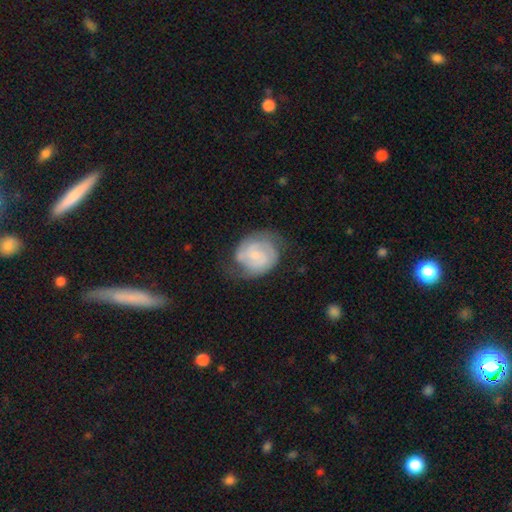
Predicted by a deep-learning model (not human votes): Smooth or featured?
  - featured or disk: 76% *
  - smooth: 19%
  - star or artifact: 6%
Edge-on disk?
  - no: 98% *
  - yes: 2%
Bar?
  - no: 55% *
  - weak: 39%
  - strong: 6%
Spiral arms?
  - yes: 94% *
  - no: 6%
Spiral winding?
  - tight: 56% *
  - medium: 35%
  - loose: 9%
Spiral arm count?
  - 2: 64% *
  - can't tell: 17%
  - 3: 11%
  - 1: 4%
  - 4: 2%
  - more than 4: 2%
Bulge size?
  - small: 64% *
  - moderate: 22%
  - none: 11%
  - large: 2%
  - dominant: 1%
Merging?
  - none: 63% *
  - minor disturbance: 24%
  - major disturbance: 12%
  - merger: 2%